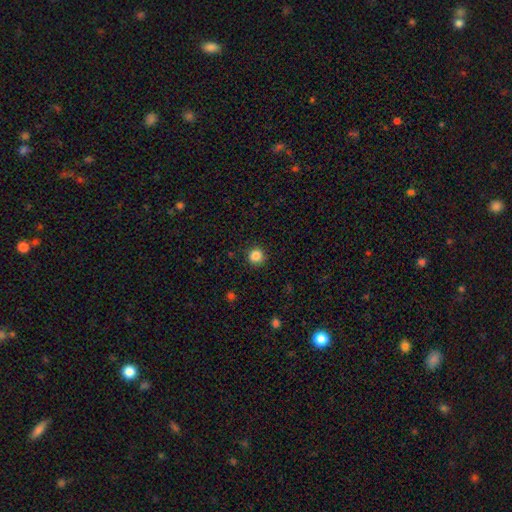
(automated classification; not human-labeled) This appears to be a smooth galaxy with no disk features (85%) that is round (94%). Merging: none (92%).